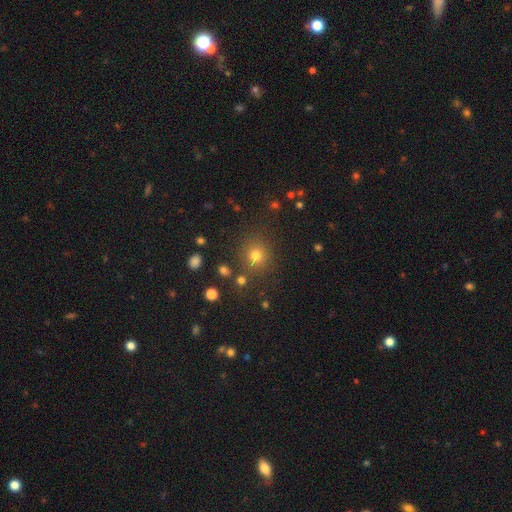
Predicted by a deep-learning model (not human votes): Smooth or featured? Predicted: smooth (p=0.75). How rounded? Predicted: round (p=0.88). Merging? Predicted: none (p=0.82).